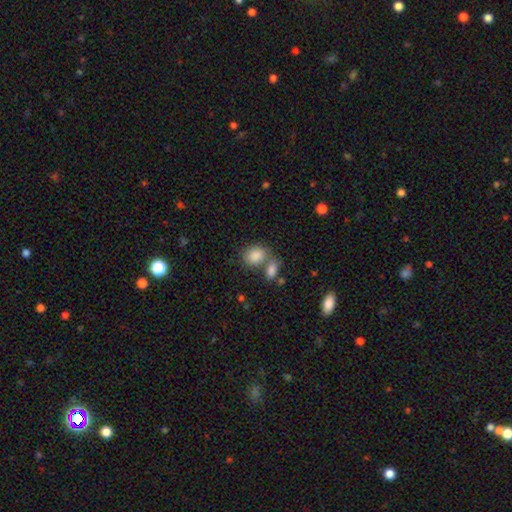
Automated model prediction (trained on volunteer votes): A smooth galaxy with no disk features (85%) that is in between round and cigar-shaped (60%). Merging: none (50%).